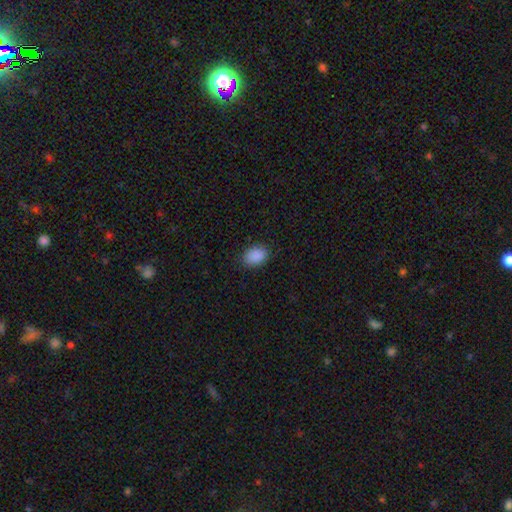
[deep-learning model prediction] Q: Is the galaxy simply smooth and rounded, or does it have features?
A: smooth — 90%.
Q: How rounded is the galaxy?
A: in between — 76%.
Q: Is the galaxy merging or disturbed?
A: none — 87%.